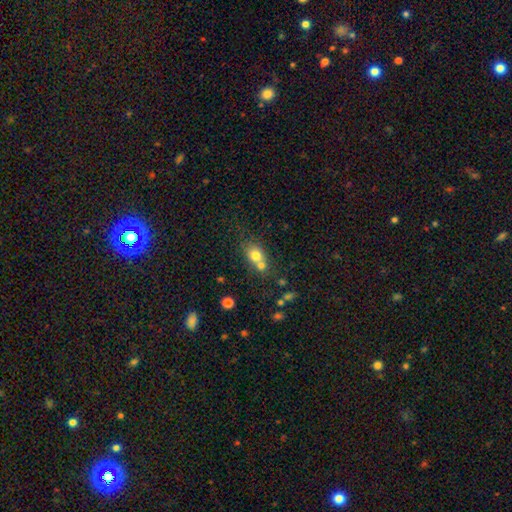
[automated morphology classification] type=smooth (74%); roundness=round (55%); merging=merger (52%).